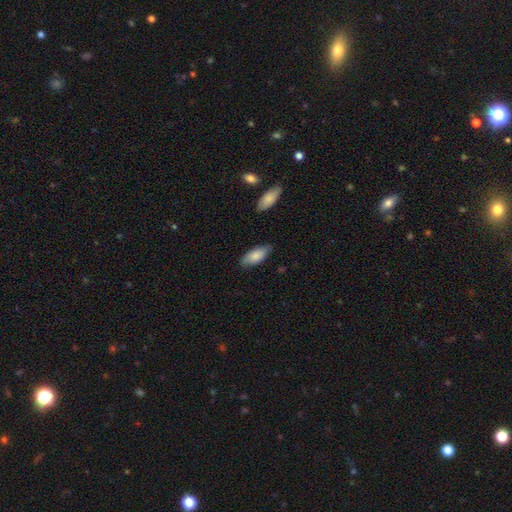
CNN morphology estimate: type=smooth (81%); roundness=in between (85%); merging=none (78%).